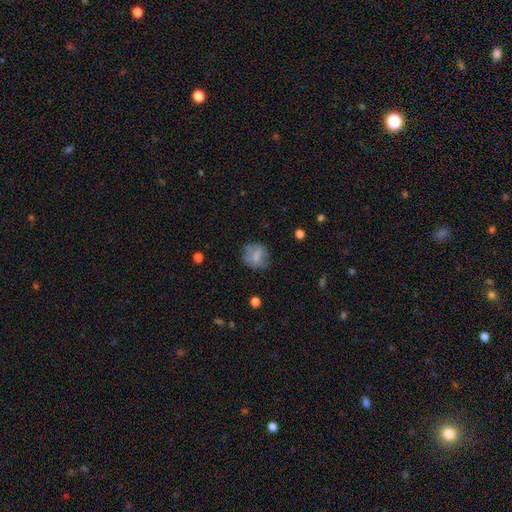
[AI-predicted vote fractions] A smooth galaxy with no disk features (65%) that is round (71%).

Vote fractions:
- Smooth or featured? smooth: 65% / featured or disk: 25% / star or artifact: 10%
- How rounded? round: 71% / in between: 28% / cigar-shaped: 2%
- Merging? none: 66% / minor disturbance: 21% / major disturbance: 10% / merger: 2%